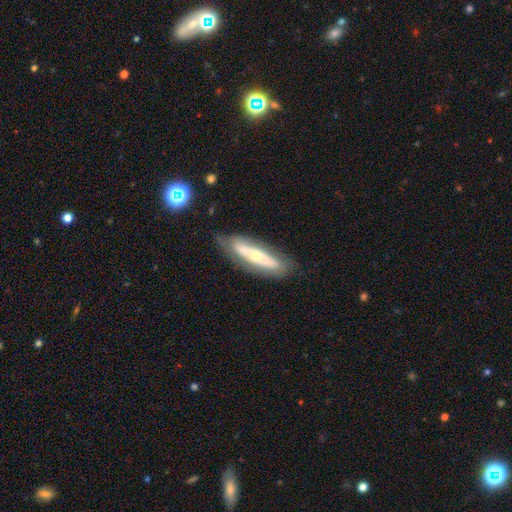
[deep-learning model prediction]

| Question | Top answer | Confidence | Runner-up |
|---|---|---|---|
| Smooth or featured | featured or disk | 61% | smooth (33%) |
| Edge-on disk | no | 56% | yes (44%) |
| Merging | none | 74% | minor disturbance (17%) |